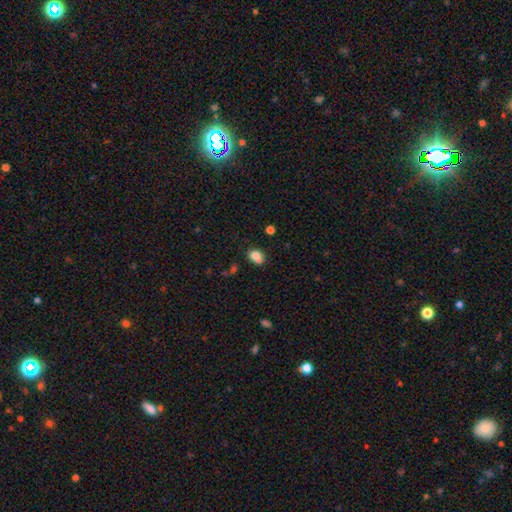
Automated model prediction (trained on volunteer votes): Smooth or featured? Predicted: smooth (p=0.78). How rounded? Predicted: in between (p=0.59). Merging? Predicted: none (p=0.47).